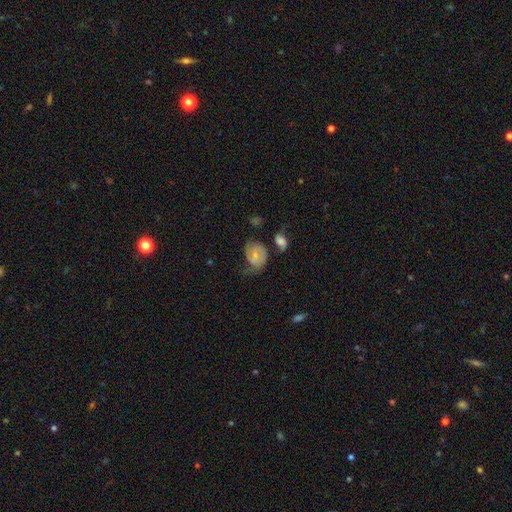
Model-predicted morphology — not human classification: This appears to be a smooth galaxy with no disk features (47%). Merging: none (36%).